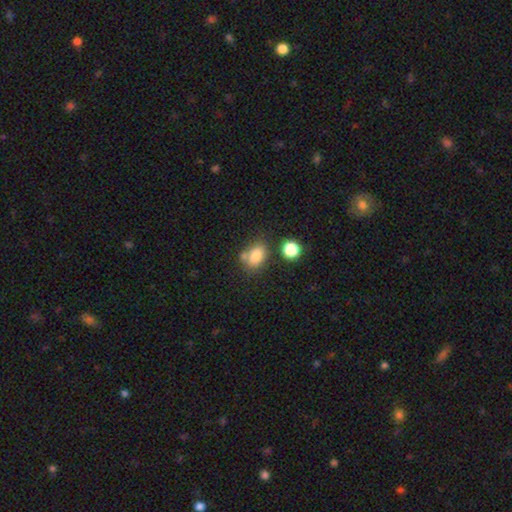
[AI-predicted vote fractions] smooth 80%, star or artifact 11%, featured or disk 10%. Down the decision tree: how rounded — in between (74%); merging — none (57%).